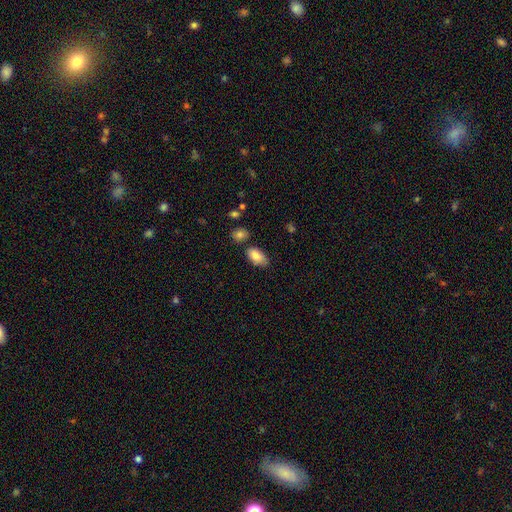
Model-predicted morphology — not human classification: A smooth galaxy with no disk features (84%) that is in between round and cigar-shaped (93%).

Vote fractions:
- Smooth or featured? smooth: 84% / featured or disk: 9% / star or artifact: 7%
- How rounded? in between: 93% / round: 4% / cigar-shaped: 3%
- Merging? none: 70% / minor disturbance: 19% / merger: 7% / major disturbance: 4%